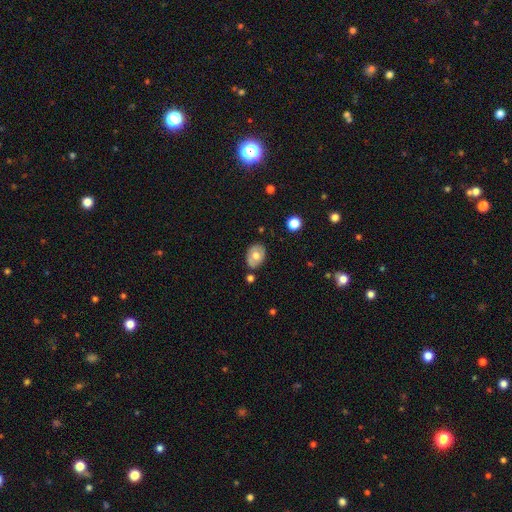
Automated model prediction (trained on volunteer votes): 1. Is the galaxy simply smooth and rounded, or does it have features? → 61% smooth, 31% featured or disk, 8% star or artifact.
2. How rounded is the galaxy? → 70% in between, 29% round, 1% cigar-shaped.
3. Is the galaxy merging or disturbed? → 75% none, 16% minor disturbance, 6% merger, 3% major disturbance.